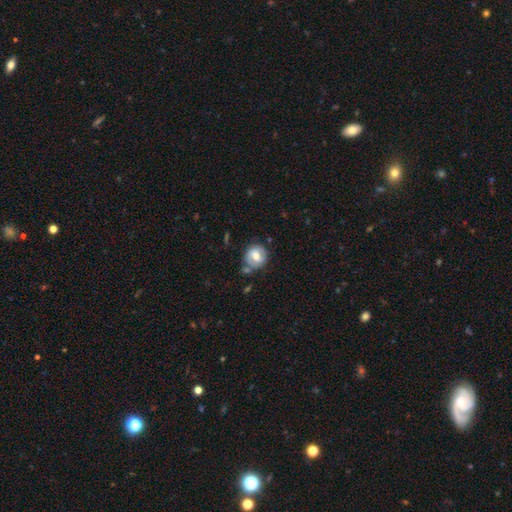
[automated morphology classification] Q: Smooth or featured?
A: smooth (53%); runner-up: featured or disk (39%)
Q: How rounded?
A: round (79%); runner-up: in between (20%)
Q: Merging?
A: none (64%); runner-up: minor disturbance (20%)